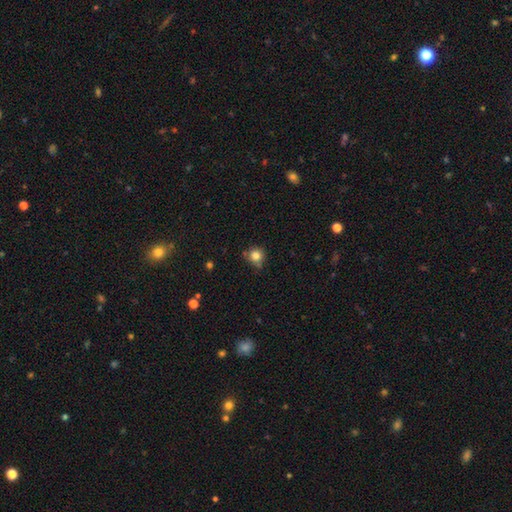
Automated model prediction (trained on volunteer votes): Smooth or featured: smooth — 81% (star or artifact — 12%)
How rounded: round — 91% (in between — 8%)
Merging: none — 71% (minor disturbance — 20%)